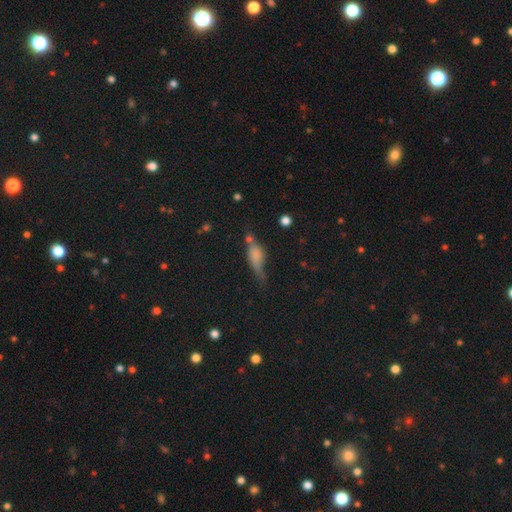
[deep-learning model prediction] Smooth or featured? Predicted: smooth (p=0.62). How rounded? Predicted: in between (p=0.64). Merging? Predicted: minor disturbance (p=0.33).